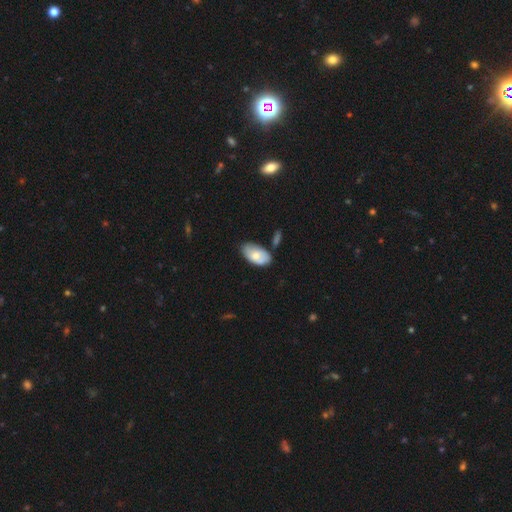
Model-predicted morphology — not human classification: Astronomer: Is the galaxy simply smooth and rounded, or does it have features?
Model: smooth — 69%.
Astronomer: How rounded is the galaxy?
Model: in between — 94%.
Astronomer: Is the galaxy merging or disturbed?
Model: none — 57%.